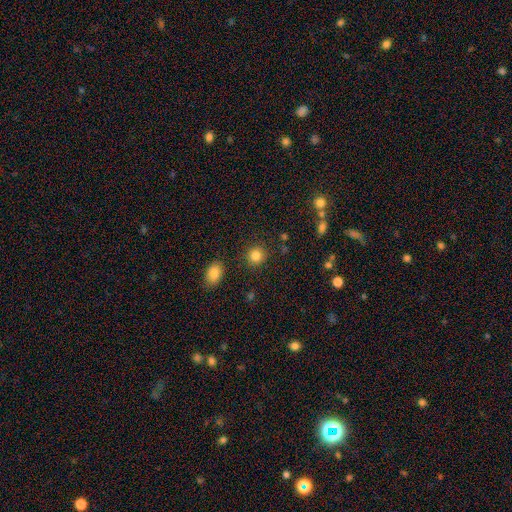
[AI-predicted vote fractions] smooth_or_featured: smooth (p=0.85) [alt: star or artifact p=0.11]
how_rounded: round (p=0.89) [alt: in between p=0.10]
merging: none (p=0.89) [alt: minor disturbance p=0.06]